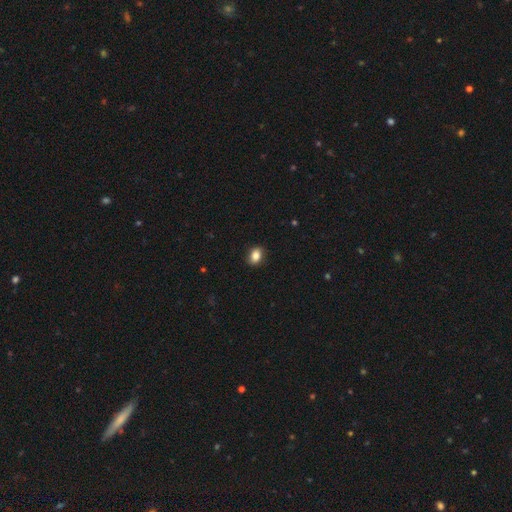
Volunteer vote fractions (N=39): smooth 85%, star or artifact 13%, featured or disk 3%. Down the decision tree: how rounded — in between (64%); merging — none (94%).